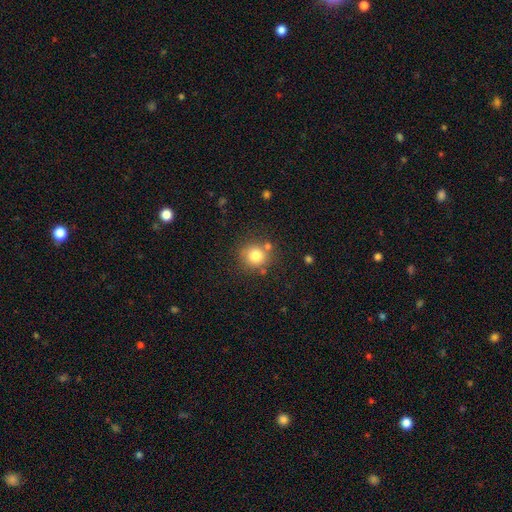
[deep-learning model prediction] This is likely a smooth galaxy (80%). How rounded: clearly round (89%). Merging: likely none (75%).